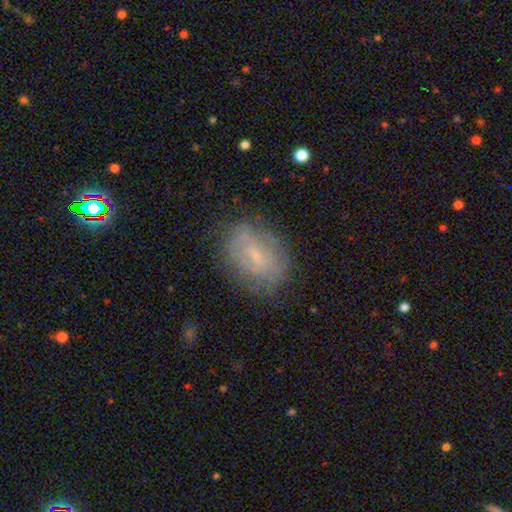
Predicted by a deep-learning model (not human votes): Morphology: type=smooth (47%); merging=none (74%).